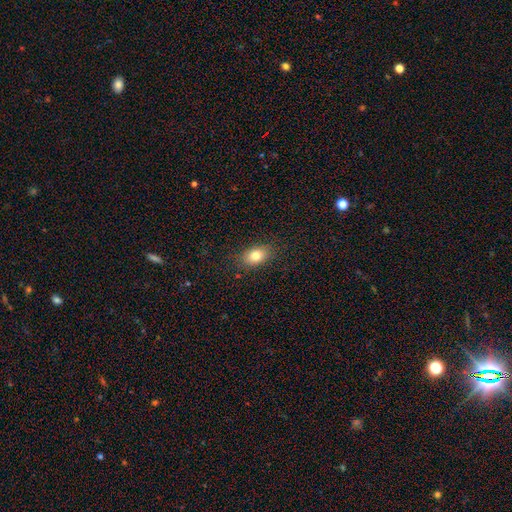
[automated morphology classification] smooth_or_featured: smooth (p=0.80) [alt: featured or disk p=0.10]
how_rounded: in between (p=0.80) [alt: round p=0.18]
merging: none (p=0.85) [alt: minor disturbance p=0.11]